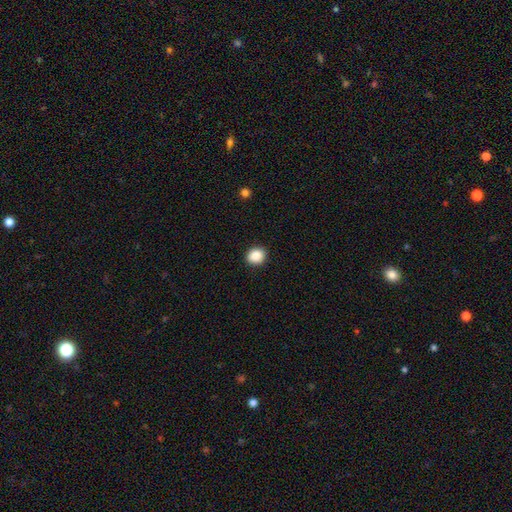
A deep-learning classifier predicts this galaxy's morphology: A smooth galaxy with no disk features (88%) that is round (73%).

Vote fractions:
- Smooth or featured? smooth: 88% / star or artifact: 9% / featured or disk: 3%
- How rounded? round: 73% / in between: 26% / cigar-shaped: 1%
- Merging? none: 91% / minor disturbance: 6% / major disturbance: 2% / merger: 1%